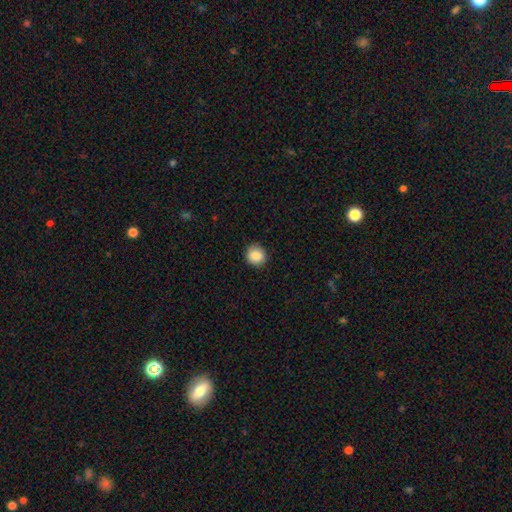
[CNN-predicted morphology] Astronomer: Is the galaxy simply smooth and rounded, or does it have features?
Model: smooth — 87%.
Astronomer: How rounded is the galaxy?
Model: round — 86%.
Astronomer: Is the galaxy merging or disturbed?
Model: none — 88%.